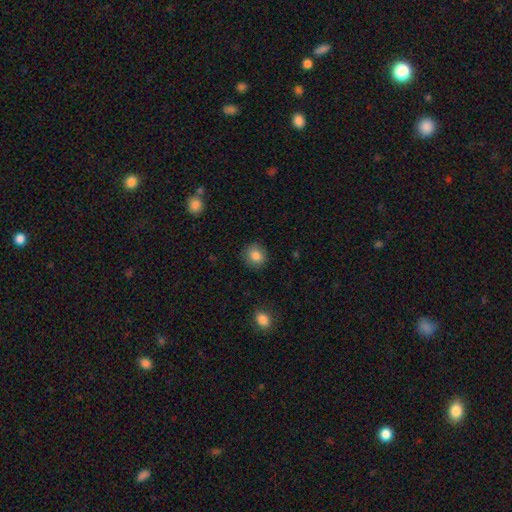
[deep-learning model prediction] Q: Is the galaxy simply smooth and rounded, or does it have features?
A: smooth — 85%.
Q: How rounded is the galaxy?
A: round — 82%.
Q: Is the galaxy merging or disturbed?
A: none — 87%.